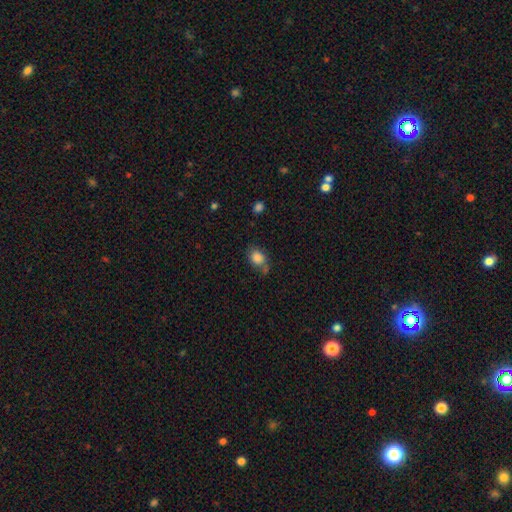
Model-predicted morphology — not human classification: Smooth or featured? Predicted: smooth (p=0.82). How rounded? Predicted: in between (p=0.53). Merging? Predicted: none (p=0.62).